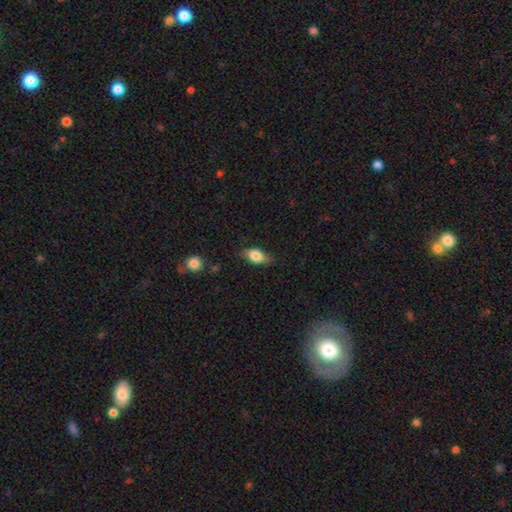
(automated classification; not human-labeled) smooth-or-featured: smooth: 75% | featured or disk: 17% | star or artifact: 7%
  how-rounded: in between: 83% | round: 9% | cigar-shaped: 8%
  merging: none: 71% | minor disturbance: 23% | major disturbance: 5% | merger: 2%